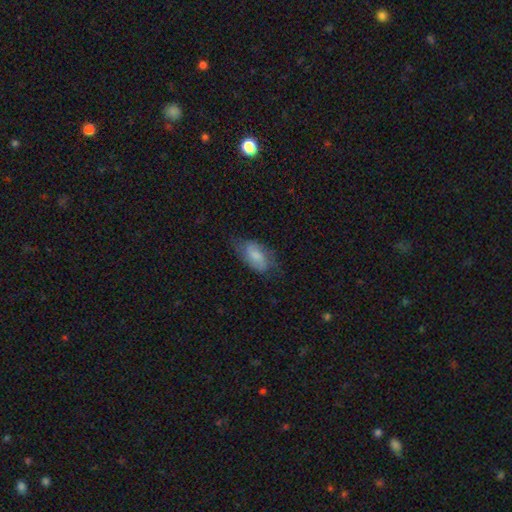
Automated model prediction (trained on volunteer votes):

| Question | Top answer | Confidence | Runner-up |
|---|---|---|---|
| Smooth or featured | smooth | 60% | featured or disk (33%) |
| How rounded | in between | 91% | cigar-shaped (4%) |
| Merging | none | 58% | minor disturbance (29%) |